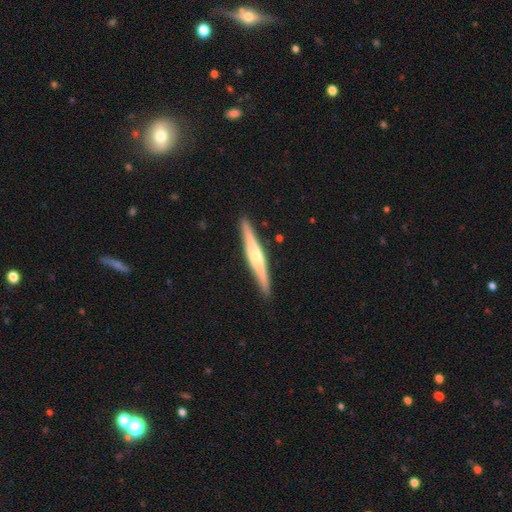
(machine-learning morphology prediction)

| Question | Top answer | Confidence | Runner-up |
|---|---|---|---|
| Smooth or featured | featured or disk | 70% | smooth (25%) |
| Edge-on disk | yes | 98% | no (2%) |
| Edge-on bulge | rounded | 77% | boxy (13%) |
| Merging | none | 91% | minor disturbance (7%) |